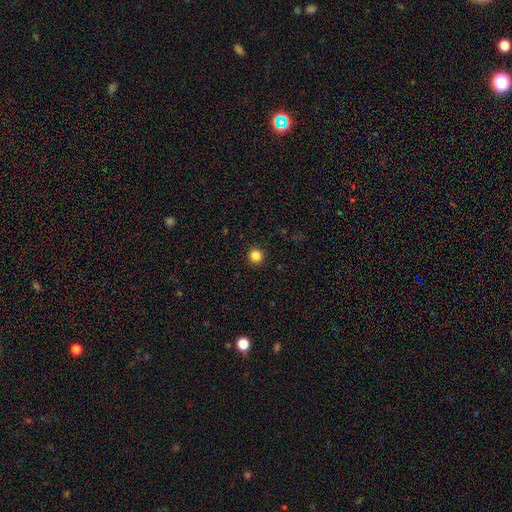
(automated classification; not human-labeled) Overall: smooth (83%). How rounded: round (95%). Merging: none (93%).